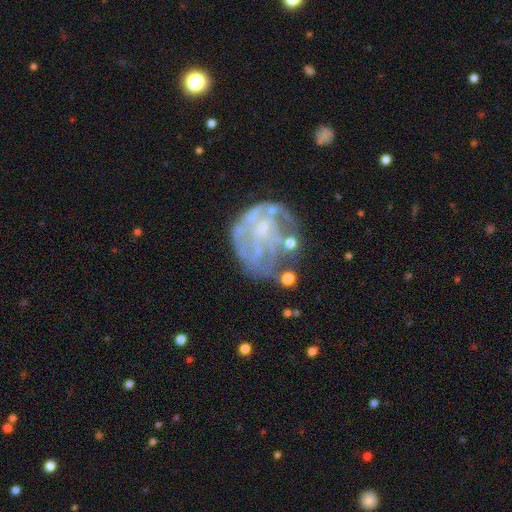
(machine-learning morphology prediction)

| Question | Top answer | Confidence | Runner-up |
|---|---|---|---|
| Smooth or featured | featured or disk | 73% | smooth (16%) |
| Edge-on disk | no | 98% | yes (2%) |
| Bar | no | 74% | weak (21%) |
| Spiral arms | no | 50% | tied: yes (50%) |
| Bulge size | small | 56% | none (27%) |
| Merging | none | 46% | major disturbance (25%) |